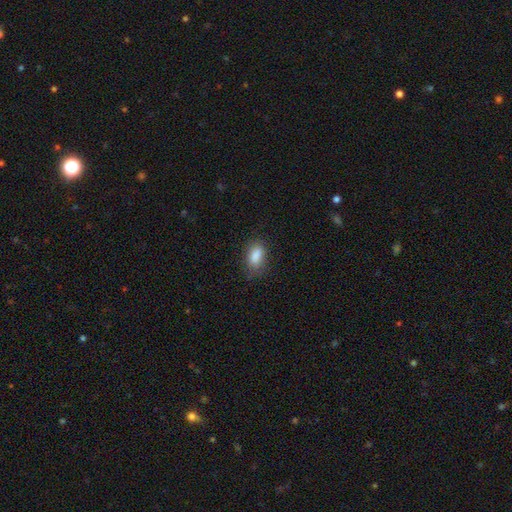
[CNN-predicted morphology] A smooth galaxy with no disk features (86%) that is in between round and cigar-shaped (87%).

Vote fractions:
- Smooth or featured? smooth: 86% / star or artifact: 8% / featured or disk: 6%
- How rounded? in between: 87% / round: 7% / cigar-shaped: 6%
- Merging? none: 70% / minor disturbance: 22% / major disturbance: 6% / merger: 2%